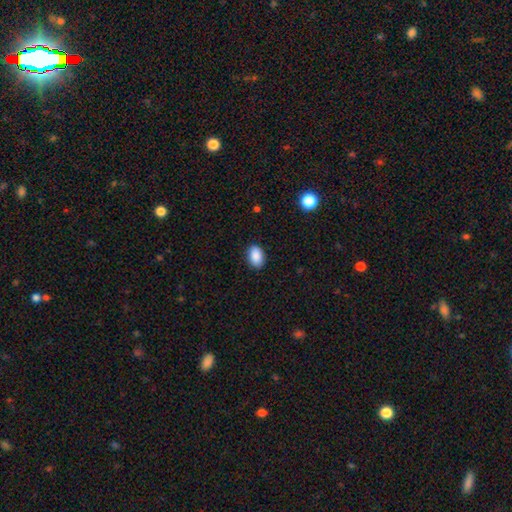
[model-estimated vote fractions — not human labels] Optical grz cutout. It shows a smooth galaxy with no disk features (89%) that is in between round and cigar-shaped (87%). Merging: none (88%).